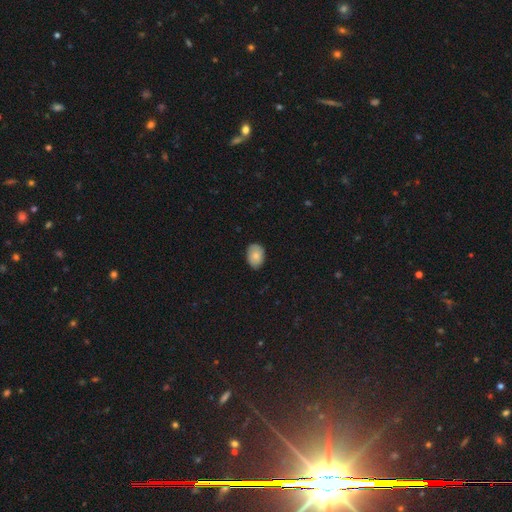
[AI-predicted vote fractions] Smooth or featured? Predicted: smooth (p=0.81). How rounded? Predicted: in between (p=0.79). Merging? Predicted: none (p=0.82).